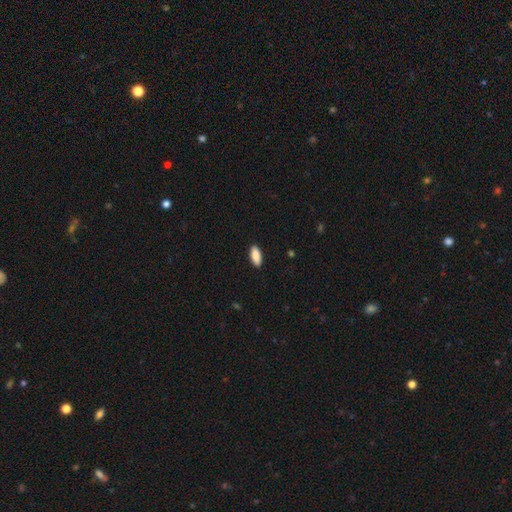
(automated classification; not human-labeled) Smooth or featured?
  - smooth: 88% *
  - featured or disk: 7%
  - star or artifact: 6%
How rounded?
  - in between: 81% *
  - cigar-shaped: 18%
  - round: 2%
Merging?
  - none: 89% *
  - minor disturbance: 8%
  - major disturbance: 2%
  - merger: 1%